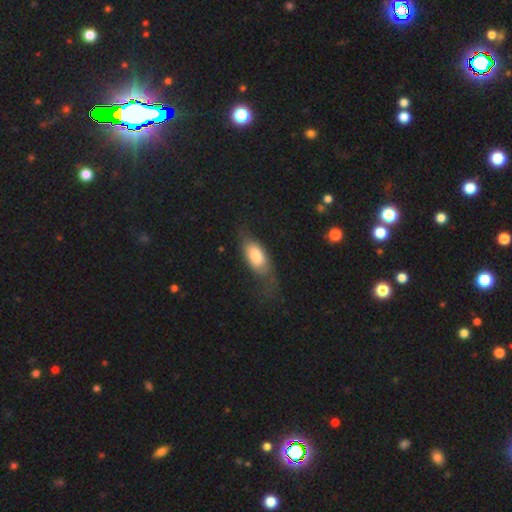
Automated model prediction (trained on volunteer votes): The model was most divided on "merging": none: 46%, minor disturbance: 27%, major disturbance: 24%, merger: 2%. More confident: how rounded — in between (85%); smooth or featured — smooth (70%).